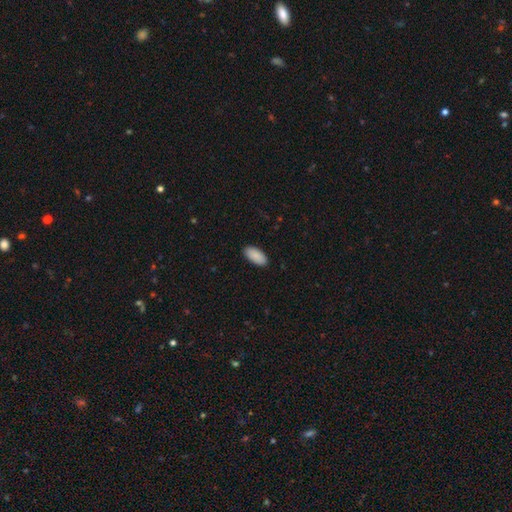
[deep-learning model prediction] This is clearly a smooth galaxy (91%). How rounded: clearly in between (93%). Merging: clearly none (90%).